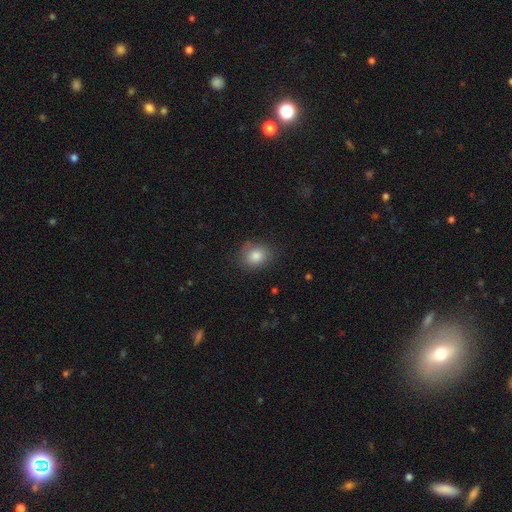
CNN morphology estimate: smooth_or_featured: smooth (p=0.83) [alt: star or artifact p=0.09]
how_rounded: round (p=0.54) [alt: in between p=0.45]
merging: none (p=0.77) [alt: minor disturbance p=0.17]